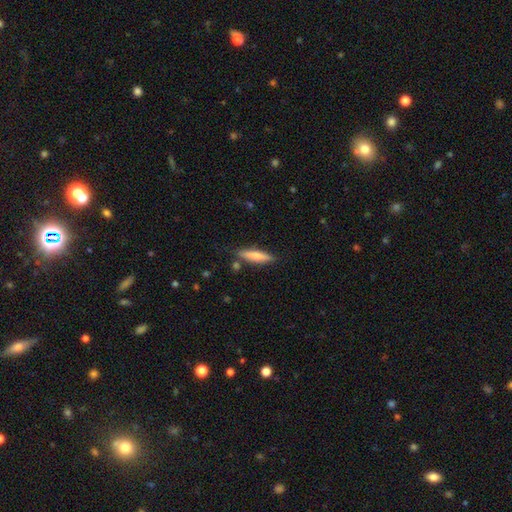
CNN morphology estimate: This is likely a smooth galaxy (67%). How rounded: clearly cigar-shaped (81%). Merging: clearly none (82%).